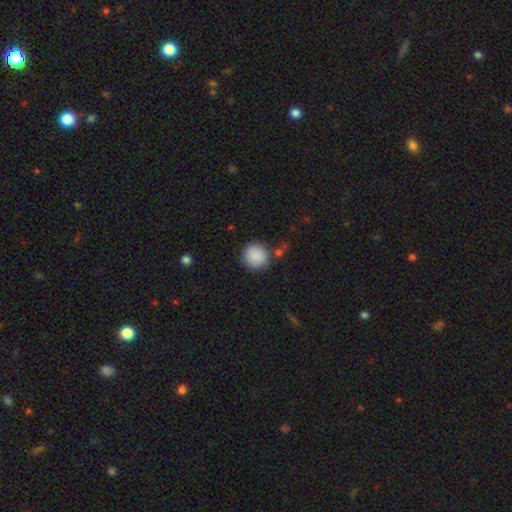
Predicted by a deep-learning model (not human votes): Overall: smooth (89%). How rounded: round (93%). Merging: none (84%).